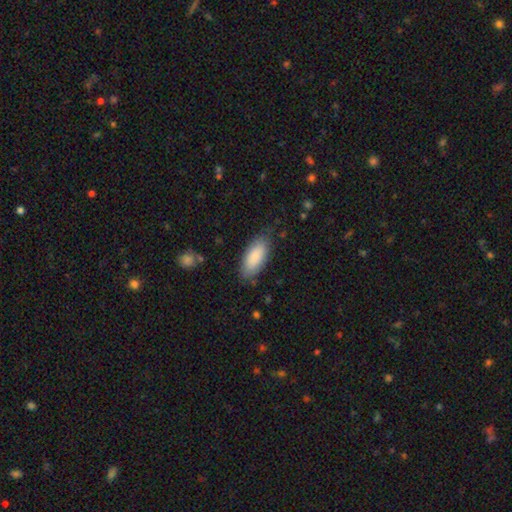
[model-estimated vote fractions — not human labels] Overall: smooth (85%). How rounded: in between (87%). Merging: none (78%).